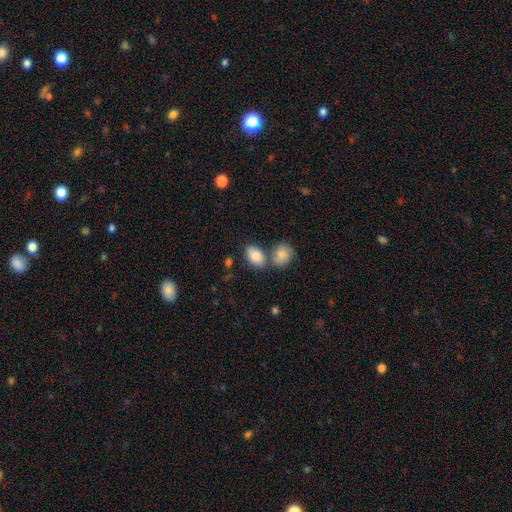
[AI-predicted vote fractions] smooth_or_featured: smooth (p=0.85) [alt: featured or disk p=0.08]
how_rounded: in between (p=0.90) [alt: round p=0.09]
merging: none (p=0.53) [alt: merger p=0.31]